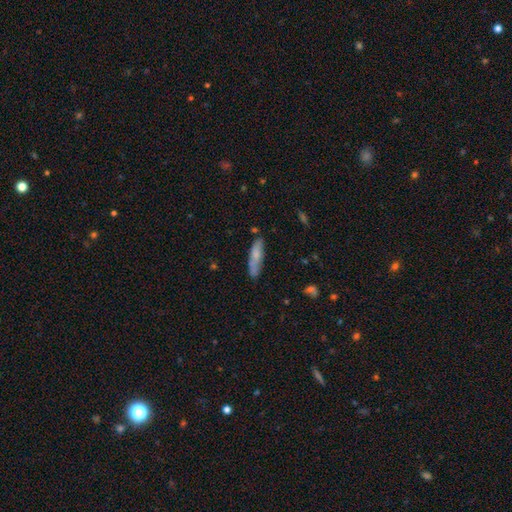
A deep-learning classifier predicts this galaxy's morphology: A smooth galaxy with no disk features (67%) that is cigar-shaped (73%). Merging: none (73%).